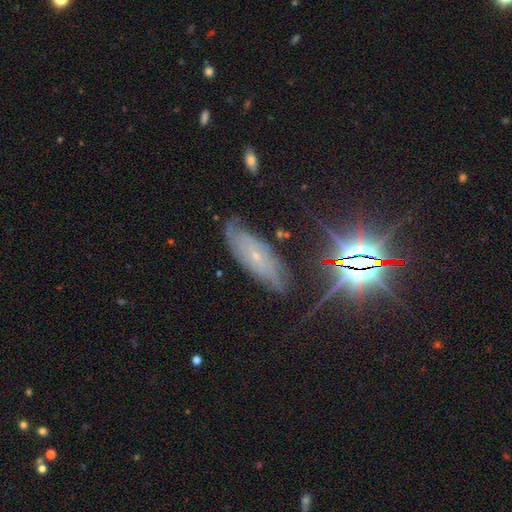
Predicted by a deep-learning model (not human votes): A featured or disk galaxy (61%). Merging: none (71%).